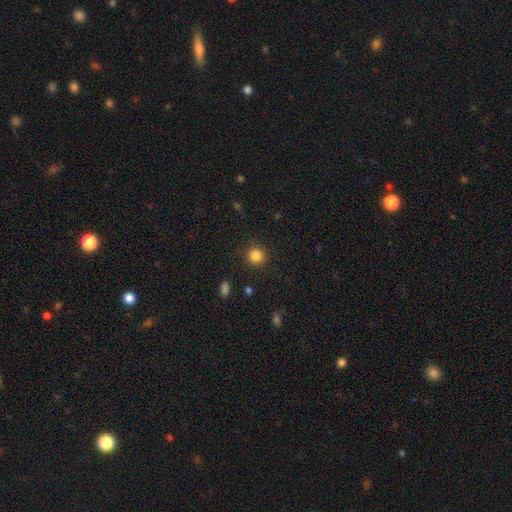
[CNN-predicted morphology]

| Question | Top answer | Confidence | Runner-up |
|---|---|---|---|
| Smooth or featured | smooth | 84% | star or artifact (12%) |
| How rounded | round | 92% | in between (7%) |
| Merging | none | 90% | minor disturbance (7%) |